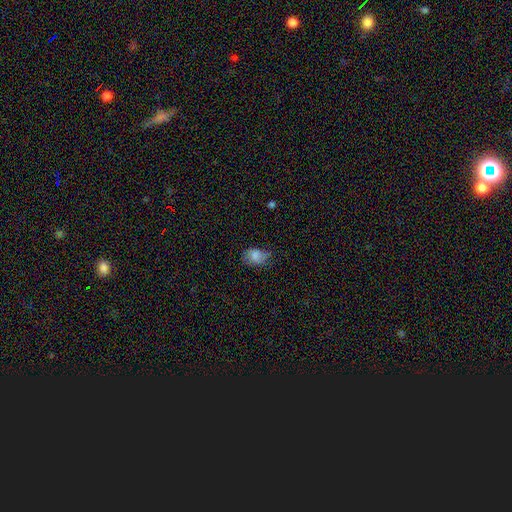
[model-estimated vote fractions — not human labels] Smooth or featured? smooth (75%)
How rounded? in between (75%)
Merging? none (50%)